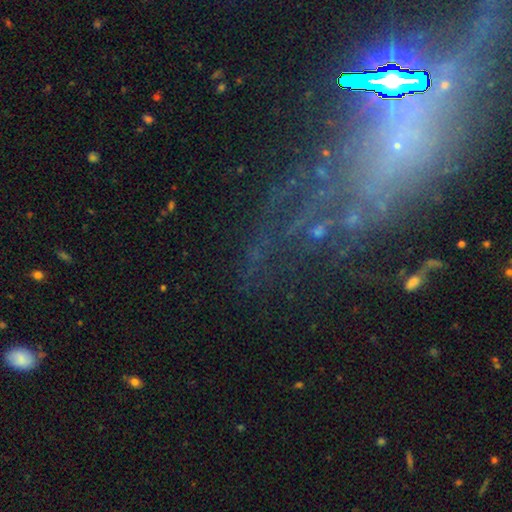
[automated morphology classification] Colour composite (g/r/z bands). It shows a featured or disk galaxy (44%). Merging: none (60%).